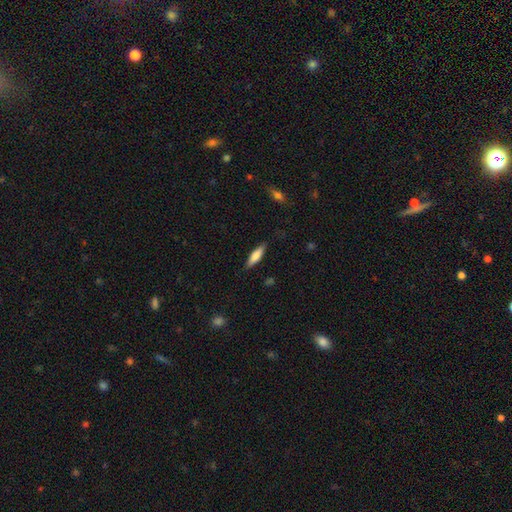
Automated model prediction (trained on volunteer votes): A smooth galaxy with no disk features (70%) that is cigar-shaped (66%). Merging: none (85%).